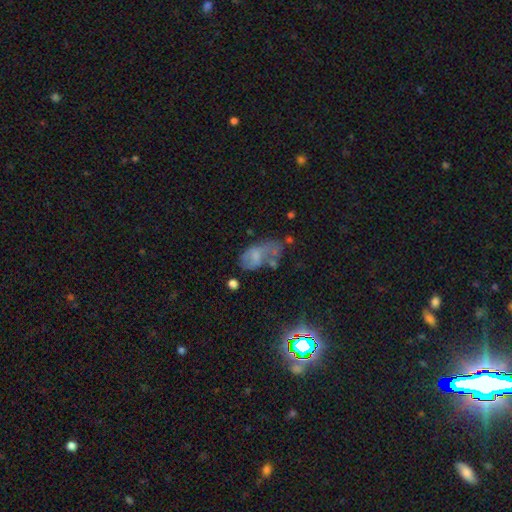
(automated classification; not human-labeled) Smooth or featured: smooth — 51% (featured or disk — 36%)
How rounded: in between — 90% (round — 7%)
Merging: major disturbance — 33% (minor disturbance — 28%)